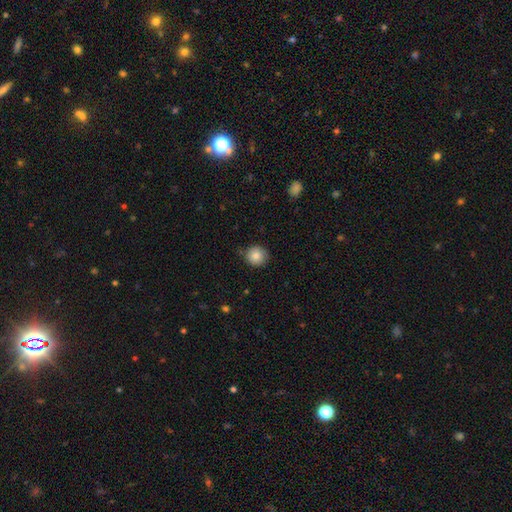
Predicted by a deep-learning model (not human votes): smooth 85%, star or artifact 8%, featured or disk 6%. Down the decision tree: how rounded — round (91%); merging — none (78%).